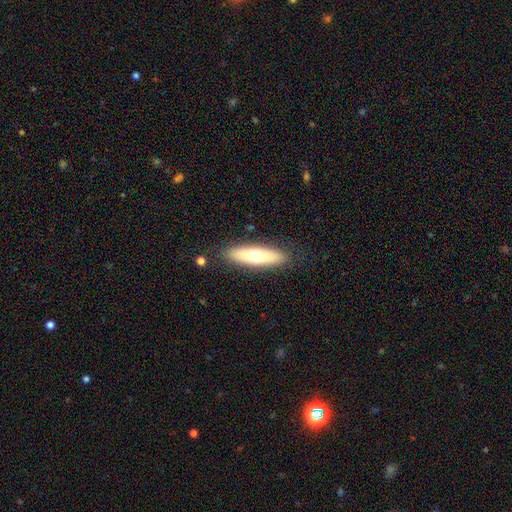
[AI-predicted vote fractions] Q: Smooth or featured?
A: smooth (61%); runner-up: featured or disk (33%)
Q: How rounded?
A: cigar-shaped (61%); runner-up: in between (37%)
Q: Merging?
A: none (87%); runner-up: minor disturbance (9%)